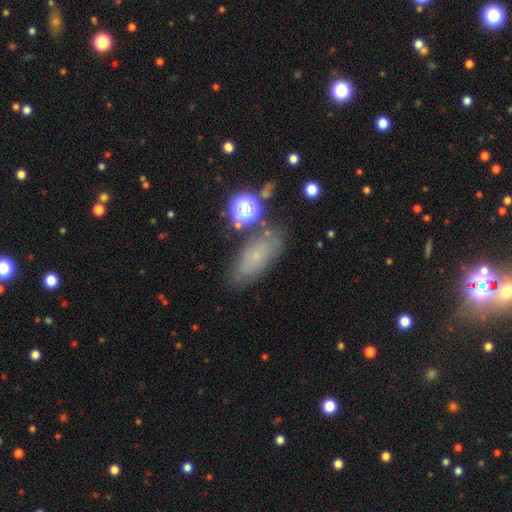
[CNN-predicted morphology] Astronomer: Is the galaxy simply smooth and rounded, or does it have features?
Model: smooth — 51% (runner-up: featured or disk, 32%).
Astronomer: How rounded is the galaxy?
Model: in between — 78%.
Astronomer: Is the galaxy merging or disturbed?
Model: none — 68%.